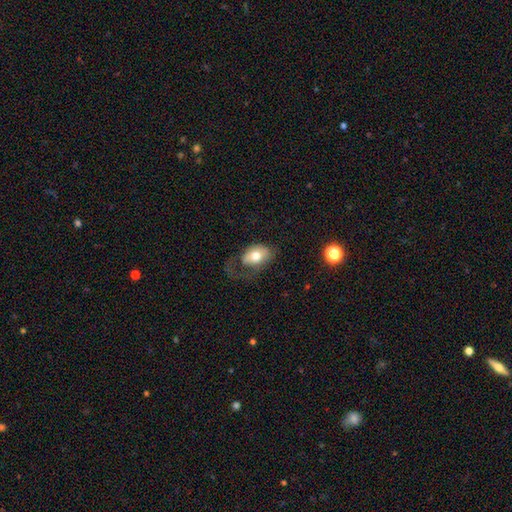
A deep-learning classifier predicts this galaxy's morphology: smooth 65%, featured or disk 28%, star or artifact 7%. Down the decision tree: how rounded — in between (86%); merging — major disturbance (47%).